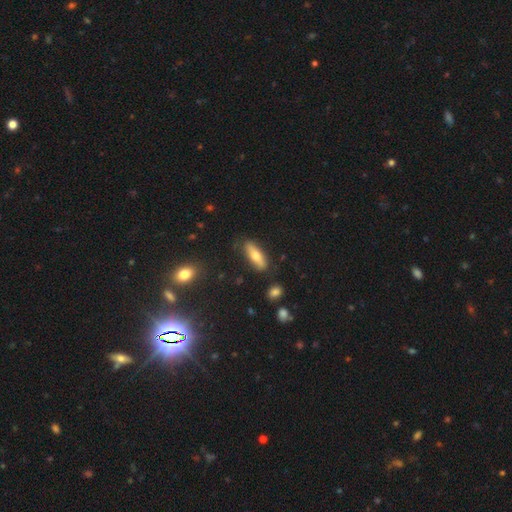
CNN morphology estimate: A smooth galaxy with no disk features (65%) that is in between round and cigar-shaped (53%).

Vote fractions:
- Smooth or featured? smooth: 65% / featured or disk: 28% / star or artifact: 7%
- How rounded? in between: 53% / cigar-shaped: 44% / round: 3%
- Merging? none: 81% / minor disturbance: 14% / major disturbance: 3% / merger: 2%